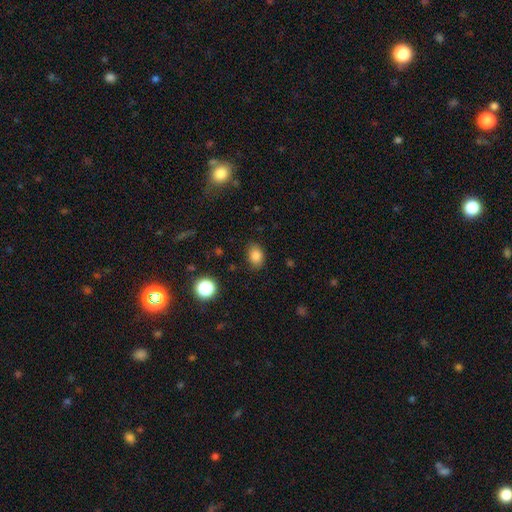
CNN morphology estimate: Smooth or featured: smooth — 83% (star or artifact — 11%)
How rounded: in between — 74% (round — 25%)
Merging: none — 84% (minor disturbance — 12%)